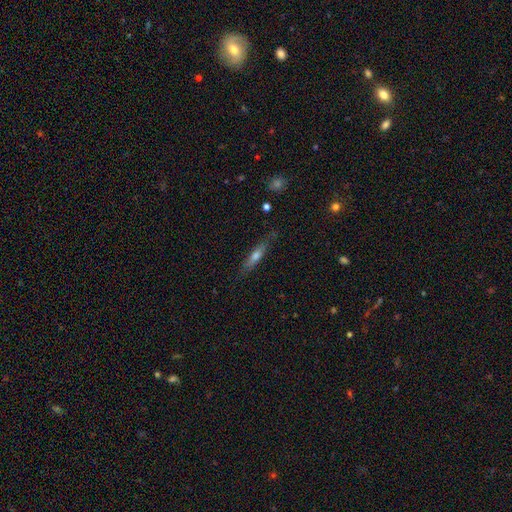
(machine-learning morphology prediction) Overall: smooth (49%; featured or disk 44%). Merging: none (80%).